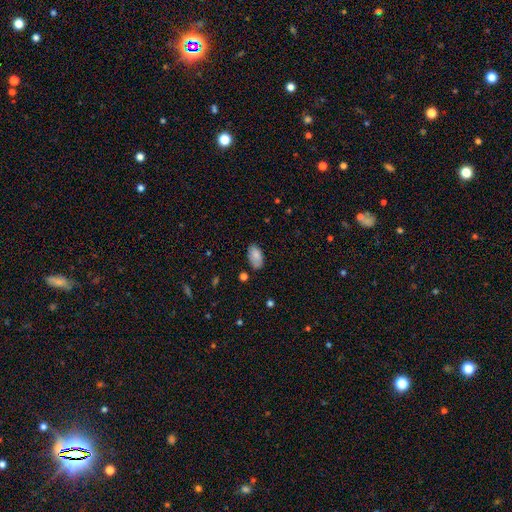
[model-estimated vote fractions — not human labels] smooth 85%, featured or disk 8%, star or artifact 7%. Down the decision tree: how rounded — in between (95%); merging — none (77%).